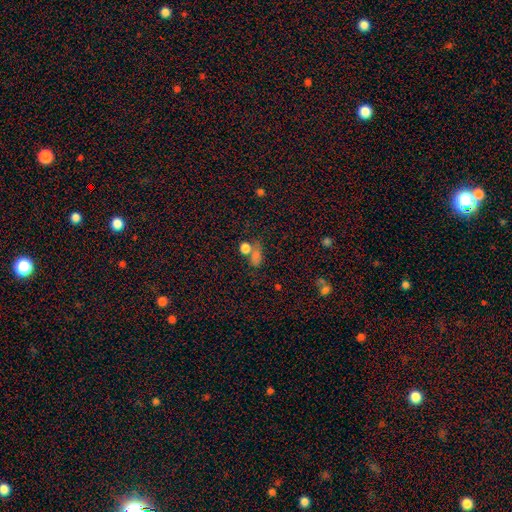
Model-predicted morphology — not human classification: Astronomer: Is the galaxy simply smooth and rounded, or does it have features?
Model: smooth — 56% (runner-up: star or artifact, 32%).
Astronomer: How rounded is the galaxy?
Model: in between — 57% (runner-up: round, 37%).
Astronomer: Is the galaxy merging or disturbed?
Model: none — 45% (runner-up: merger, 31%).